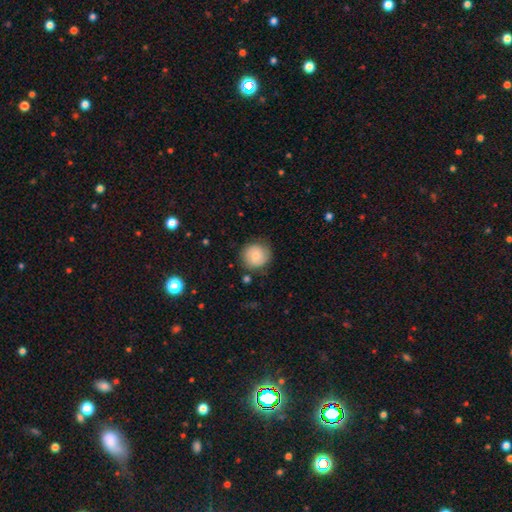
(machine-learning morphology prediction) This appears to be a smooth galaxy with no disk features (76%) that is round (92%). Merging: none (81%).